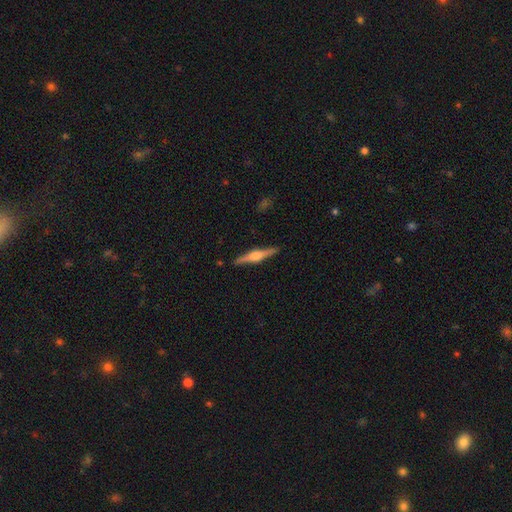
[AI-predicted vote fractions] Smooth or featured?
  - featured or disk: 77% *
  - smooth: 17%
  - star or artifact: 5%
Edge-on disk?
  - yes: 98% *
  - no: 2%
Edge-on bulge?
  - rounded: 92% *
  - boxy: 6%
  - none: 2%
Merging?
  - none: 91% *
  - minor disturbance: 7%
  - major disturbance: 1%
  - merger: 1%